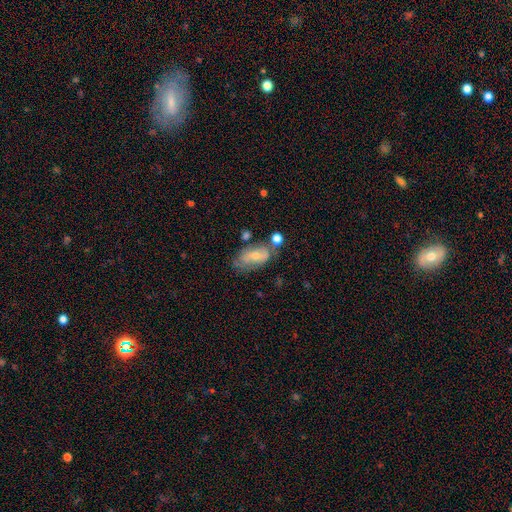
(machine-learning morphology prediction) type=smooth (51%); roundness=in between (88%); merging=none (49%).